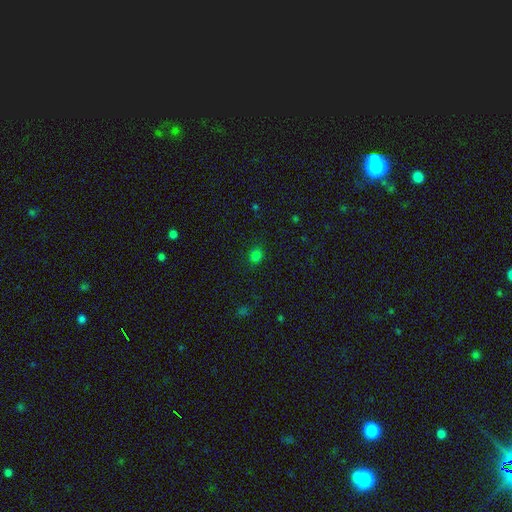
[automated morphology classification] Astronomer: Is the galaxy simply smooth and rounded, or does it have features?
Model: smooth — 78%.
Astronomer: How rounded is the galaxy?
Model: round — 72%.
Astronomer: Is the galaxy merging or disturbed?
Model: none — 85%.